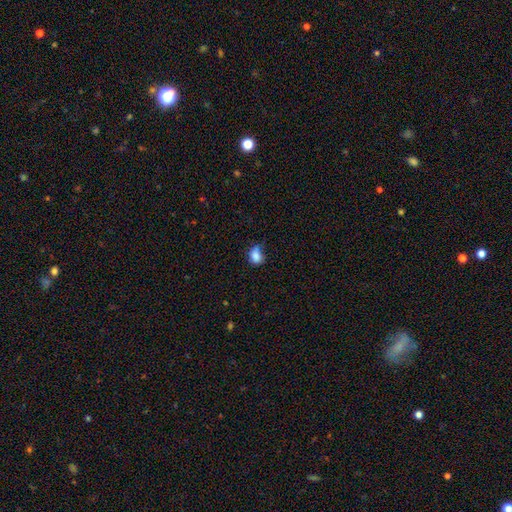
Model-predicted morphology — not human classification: smooth_or_featured: smooth (p=0.82) [alt: star or artifact p=0.10]
how_rounded: in between (p=0.61) [alt: round p=0.37]
merging: minor disturbance (p=0.41) [alt: none p=0.38]